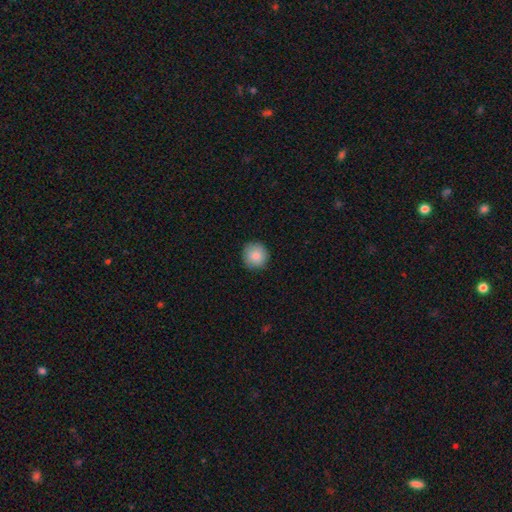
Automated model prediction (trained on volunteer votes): smooth 87%, star or artifact 8%, featured or disk 6%. Down the decision tree: how rounded — round (94%); merging — none (90%).